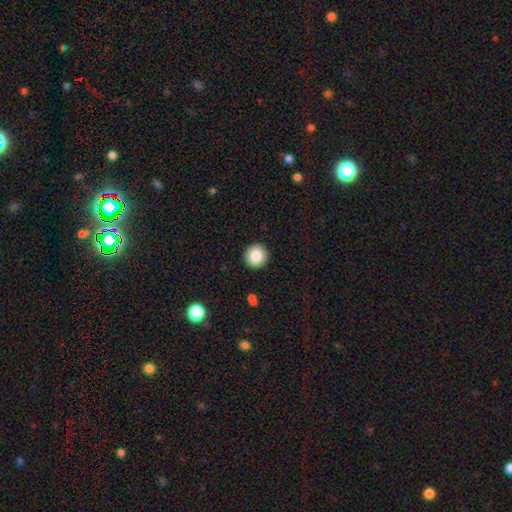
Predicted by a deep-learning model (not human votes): Morphology: type=smooth (85%); roundness=round (93%); merging=none (92%).